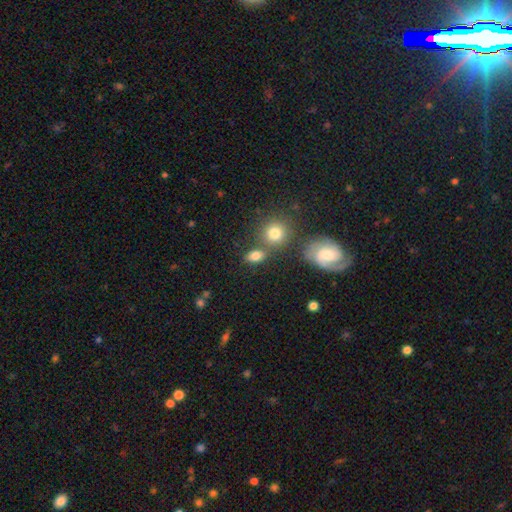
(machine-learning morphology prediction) smooth-or-featured: smooth: 78% | star or artifact: 11% | featured or disk: 11%
  how-rounded: in between: 73% | round: 23% | cigar-shaped: 4%
  merging: none: 65% | merger: 16% | minor disturbance: 14% | major disturbance: 5%